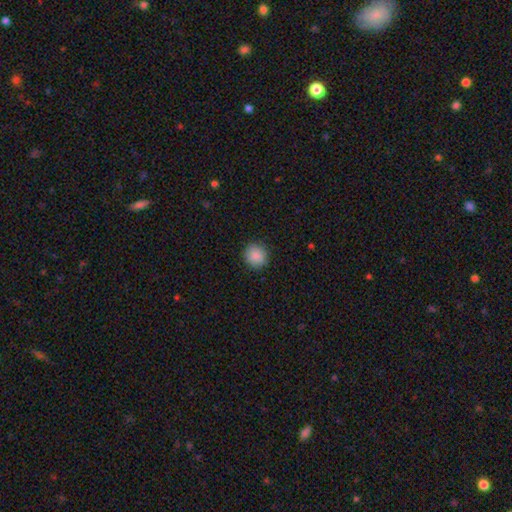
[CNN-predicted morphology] Smooth or featured: smooth — 89% (star or artifact — 8%)
How rounded: round — 91% (in between — 8%)
Merging: none — 90% (minor disturbance — 7%)